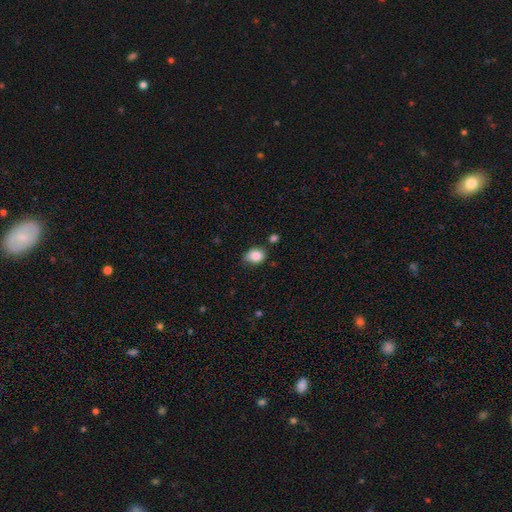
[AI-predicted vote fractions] A smooth galaxy with no disk features (85%) that is in between round and cigar-shaped (59%). Merging: none (62%).